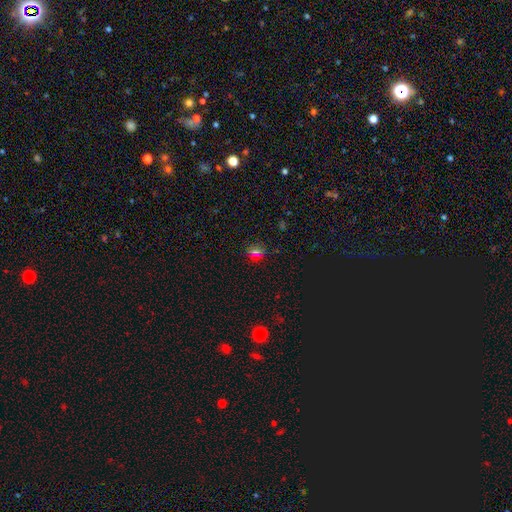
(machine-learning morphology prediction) A smooth galaxy with no disk features (61%) that is round (78%).

Vote fractions:
- Smooth or featured? smooth: 61% / star or artifact: 32% / featured or disk: 7%
- How rounded? round: 78% / in between: 20% / cigar-shaped: 2%
- Merging? none: 84% / minor disturbance: 10% / major disturbance: 3% / merger: 3%